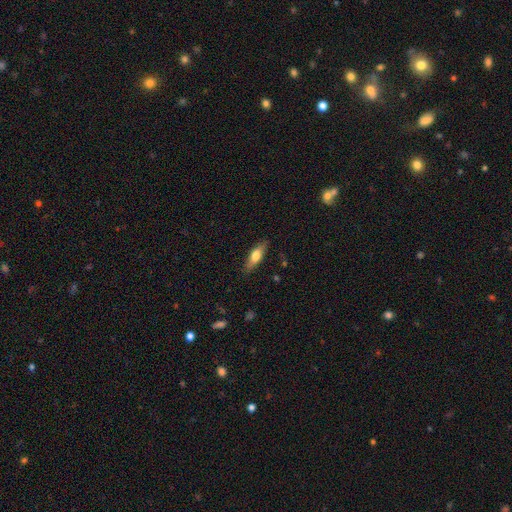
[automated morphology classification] Smooth or featured?
  - smooth: 64% *
  - featured or disk: 29%
  - star or artifact: 6%
How rounded?
  - cigar-shaped: 50% *
  - in between: 48%
  - round: 3%
Merging?
  - none: 85% *
  - minor disturbance: 12%
  - major disturbance: 3%
  - merger: 1%